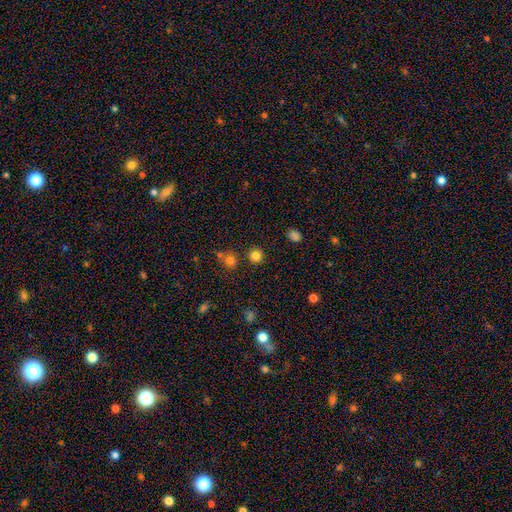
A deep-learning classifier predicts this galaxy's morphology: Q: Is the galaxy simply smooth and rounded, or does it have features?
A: smooth — 81%.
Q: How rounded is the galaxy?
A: round — 94%.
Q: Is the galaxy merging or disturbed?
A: none — 88%.